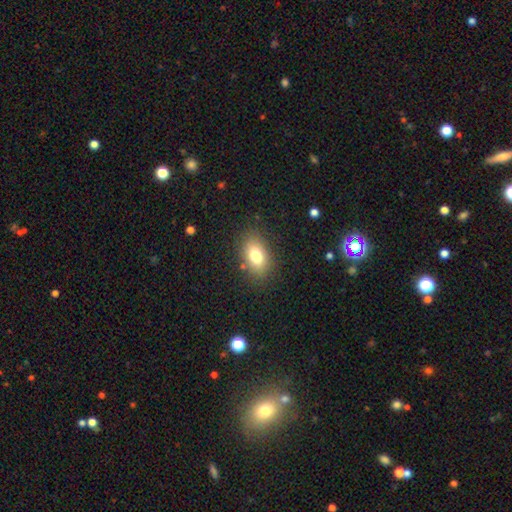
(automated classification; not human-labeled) Smooth or featured?
  - smooth: 76% *
  - featured or disk: 13%
  - star or artifact: 11%
How rounded?
  - in between: 82% *
  - round: 15%
  - cigar-shaped: 2%
Merging?
  - none: 83% *
  - minor disturbance: 11%
  - major disturbance: 4%
  - merger: 2%